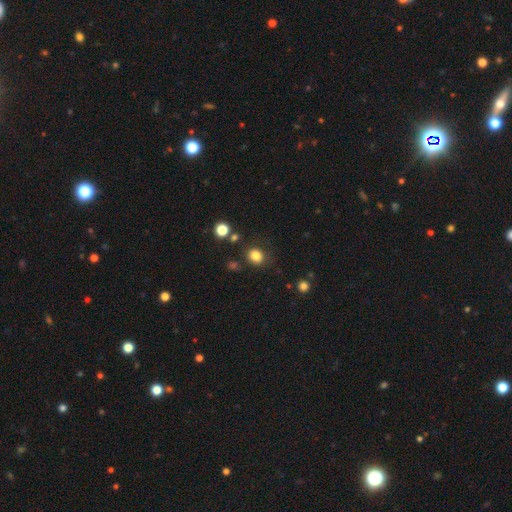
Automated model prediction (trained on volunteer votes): Overall: smooth (83%). How rounded: round (61%; in between 38%). Merging: none (80%).